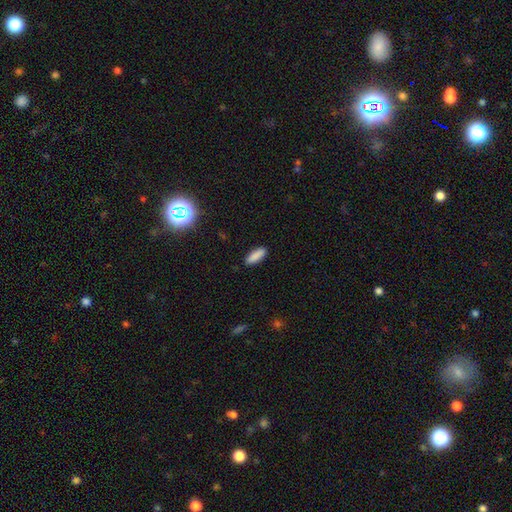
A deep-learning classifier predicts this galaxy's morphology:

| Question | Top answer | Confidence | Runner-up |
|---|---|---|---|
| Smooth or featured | smooth | 87% | star or artifact (8%) |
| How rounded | in between | 64% | cigar-shaped (34%) |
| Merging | none | 89% | minor disturbance (8%) |